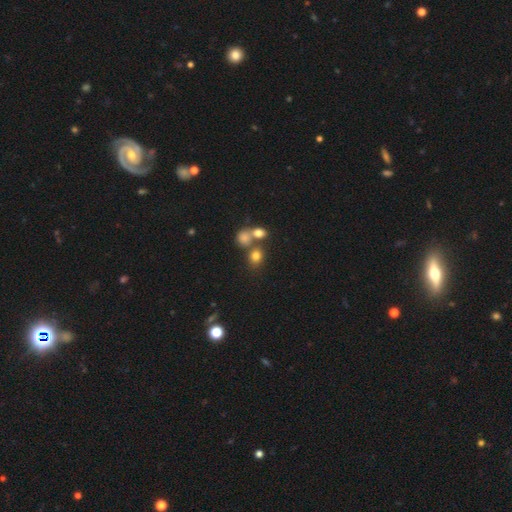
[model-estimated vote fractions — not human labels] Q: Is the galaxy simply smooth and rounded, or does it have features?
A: smooth — 75%.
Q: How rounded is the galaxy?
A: round — 69%.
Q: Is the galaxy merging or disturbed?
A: none — 51%.